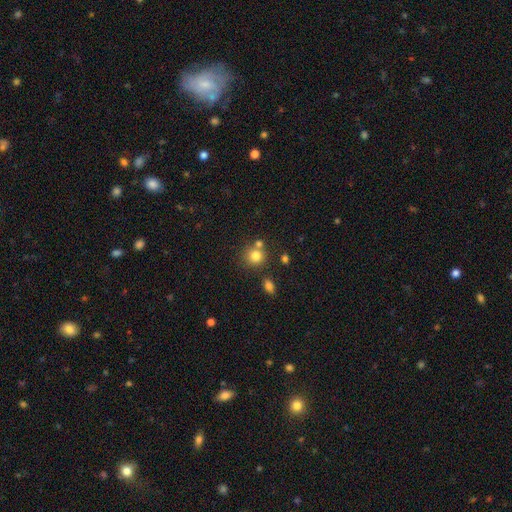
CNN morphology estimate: Q: Smooth or featured?
A: smooth (79%); runner-up: star or artifact (13%)
Q: How rounded?
A: round (88%); runner-up: in between (11%)
Q: Merging?
A: none (67%); runner-up: merger (20%)